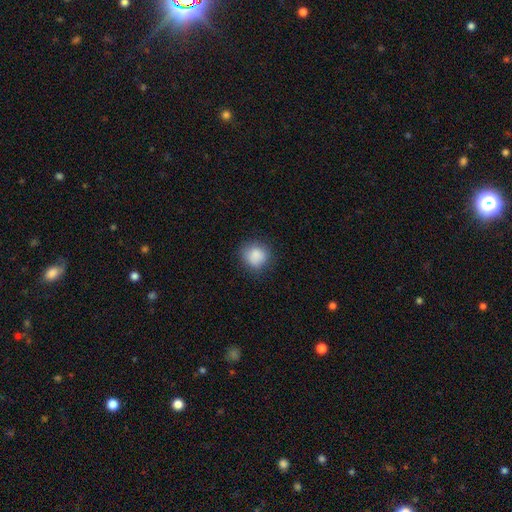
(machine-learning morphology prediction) The model was most divided on "merging": none: 79%, minor disturbance: 15%, major disturbance: 4%, merger: 1%. More confident: smooth or featured — smooth (87%); how rounded — round (85%).